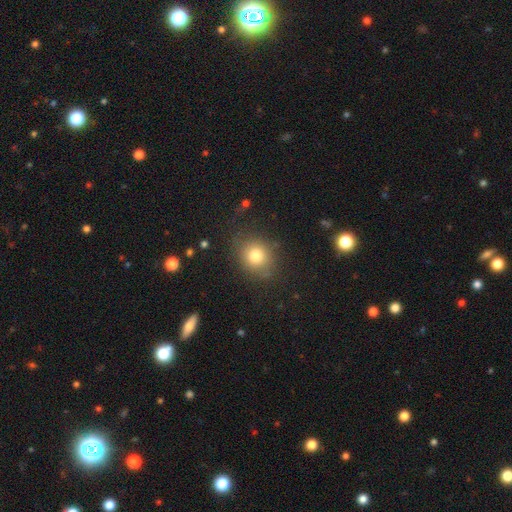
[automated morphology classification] Smooth or featured? Predicted: smooth (p=0.78). How rounded? Predicted: round (p=0.70). Merging? Predicted: none (p=0.80).